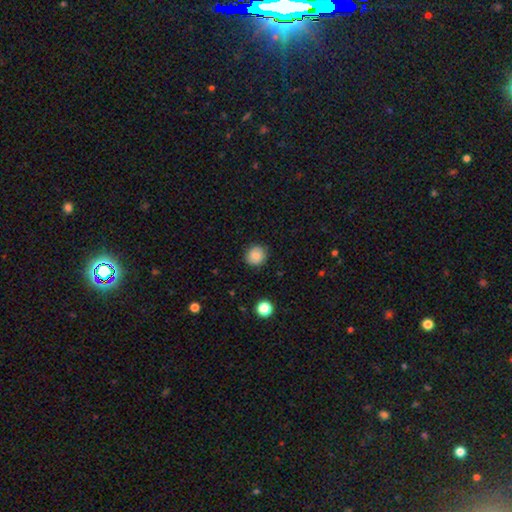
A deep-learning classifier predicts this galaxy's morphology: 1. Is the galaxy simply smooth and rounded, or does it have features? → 83% smooth, 9% star or artifact, 8% featured or disk.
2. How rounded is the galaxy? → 90% round, 9% in between, 1% cigar-shaped.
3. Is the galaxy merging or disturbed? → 88% none, 8% minor disturbance, 2% major disturbance, 1% merger.